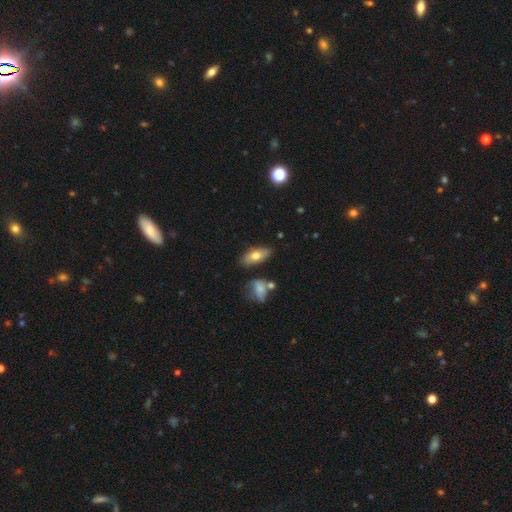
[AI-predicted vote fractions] Smooth or featured? Predicted: smooth (p=0.71). How rounded? Predicted: in between (p=0.84). Merging? Predicted: none (p=0.73).